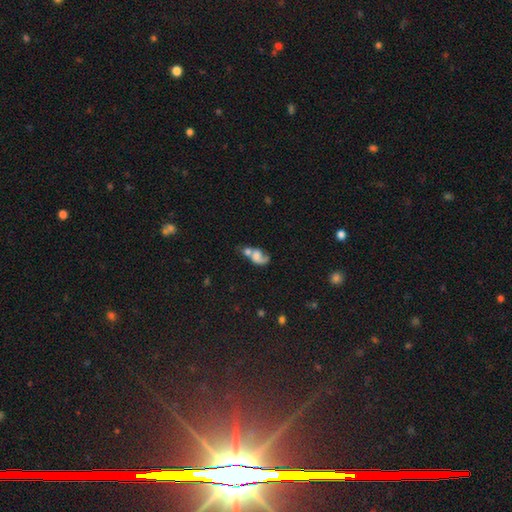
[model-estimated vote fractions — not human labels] The model was most divided on "smooth or featured": smooth: 46%, featured or disk: 42%, star or artifact: 12%. More confident: merging — merger (55%).